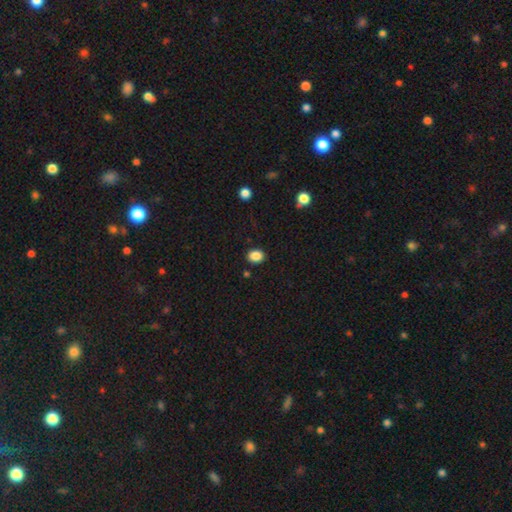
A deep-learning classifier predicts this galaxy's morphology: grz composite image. It shows a smooth galaxy with no disk features (87%) that is in between round and cigar-shaped (54%). Merging: none (88%).